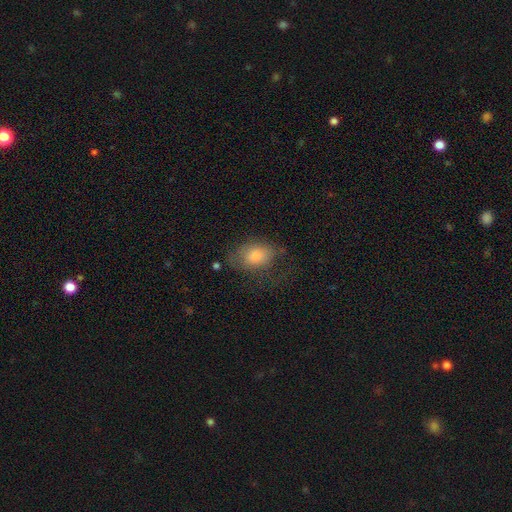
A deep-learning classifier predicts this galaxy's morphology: smooth-or-featured: smooth: 78% | featured or disk: 14% | star or artifact: 8%
  how-rounded: in between: 75% | round: 23% | cigar-shaped: 1%
  merging: none: 45% | minor disturbance: 27% | major disturbance: 26% | merger: 2%